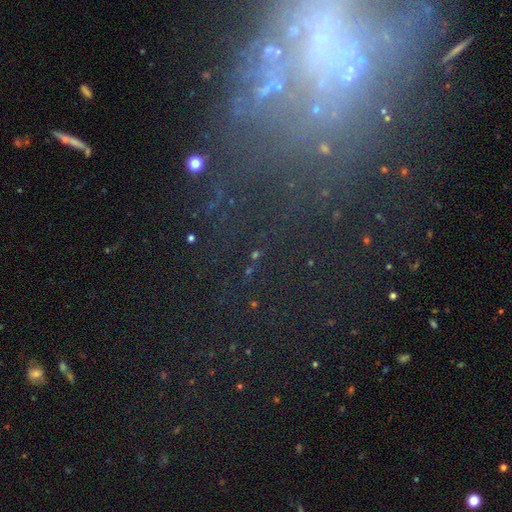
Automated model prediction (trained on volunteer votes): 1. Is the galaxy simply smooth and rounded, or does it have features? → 44% featured or disk, 37% star or artifact, 19% smooth.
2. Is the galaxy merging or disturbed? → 47% none, 29% major disturbance, 16% minor disturbance, 8% merger.